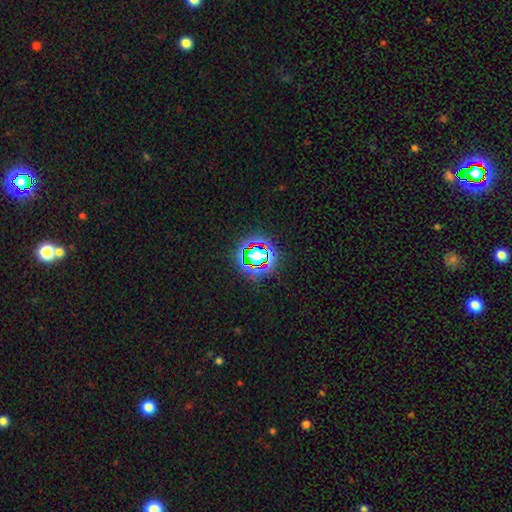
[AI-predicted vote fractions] smooth-or-featured: star or artifact: 63% | smooth: 24% | featured or disk: 13%